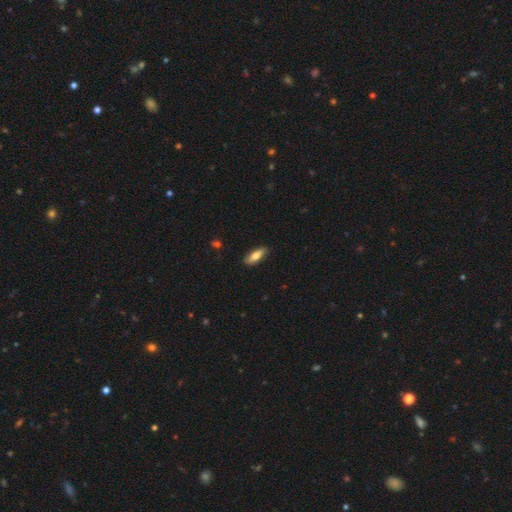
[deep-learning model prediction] Smooth or featured: smooth — 74% (featured or disk — 20%)
How rounded: in between — 66% (cigar-shaped — 32%)
Merging: none — 84% (minor disturbance — 12%)